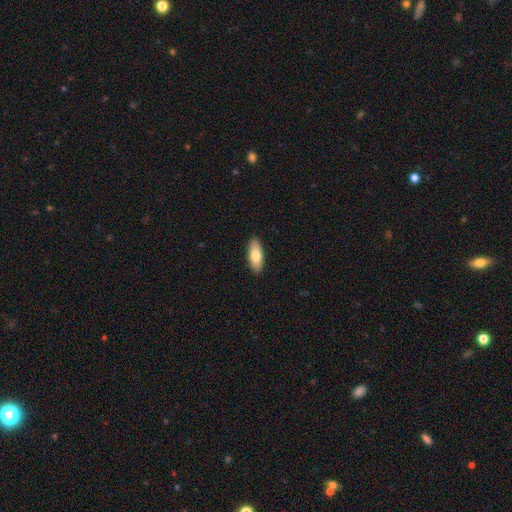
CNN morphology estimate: smooth 76%, featured or disk 18%, star or artifact 6%. Down the decision tree: how rounded — in between (79%); merging — none (91%).